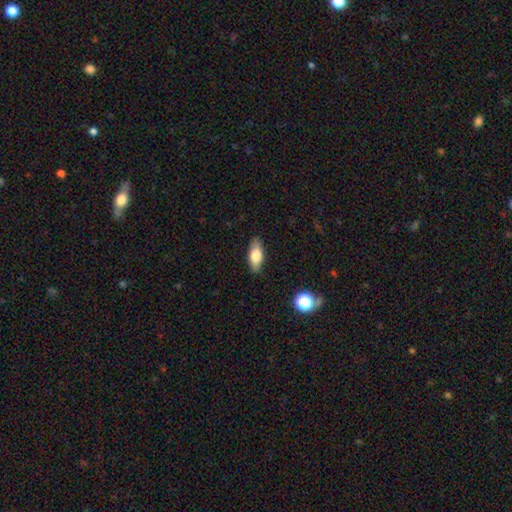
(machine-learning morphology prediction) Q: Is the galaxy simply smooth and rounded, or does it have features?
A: smooth — 75%.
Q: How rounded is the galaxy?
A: in between — 81%.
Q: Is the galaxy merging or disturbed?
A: none — 86%.